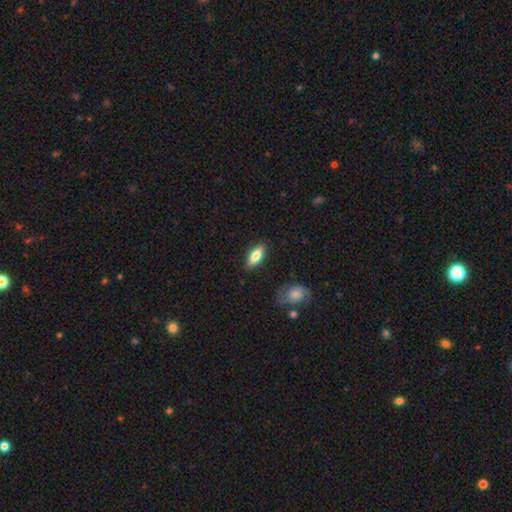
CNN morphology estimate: A smooth galaxy with no disk features (73%) that is in between round and cigar-shaped (72%). Merging: none (85%).